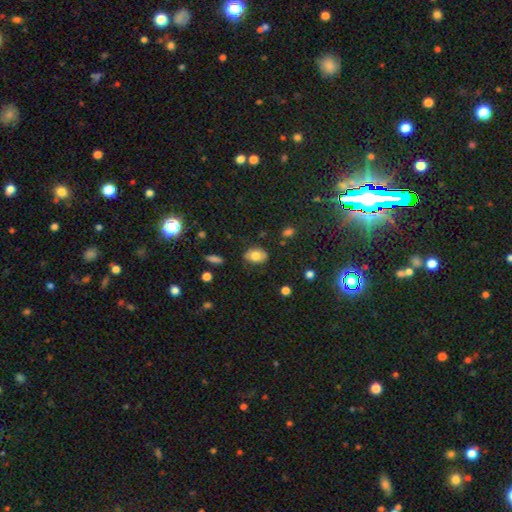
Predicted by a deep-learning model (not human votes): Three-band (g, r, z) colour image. It shows a smooth galaxy with no disk features (71%) that is in between round and cigar-shaped (81%). Merging: none (74%).